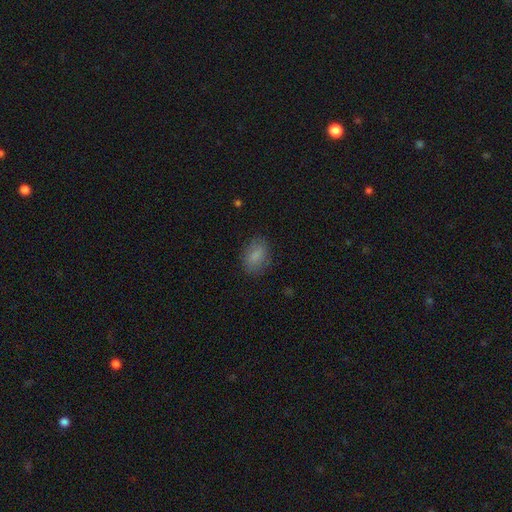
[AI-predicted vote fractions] Morphology: type=smooth (84%); roundness=in between (81%); merging=none (81%).